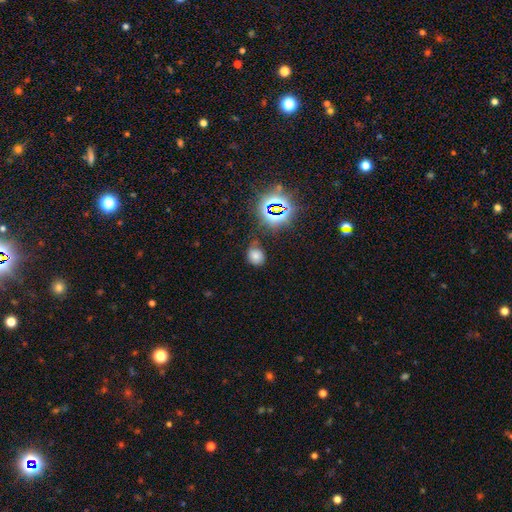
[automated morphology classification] smooth_or_featured: smooth (p=0.65) [alt: star or artifact p=0.24]
how_rounded: round (p=0.64) [alt: in between p=0.35]
merging: none (p=0.66) [alt: minor disturbance p=0.23]